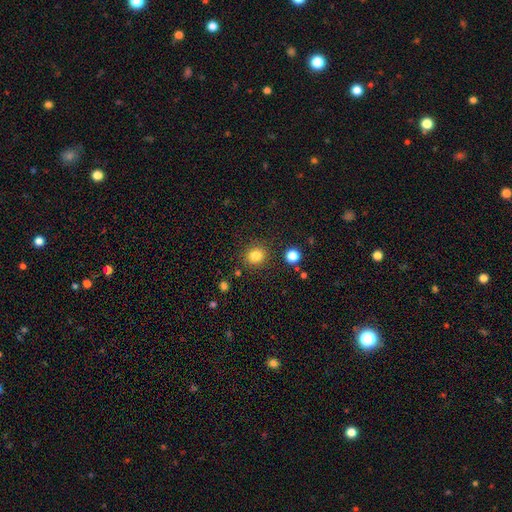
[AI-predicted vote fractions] Smooth or featured?
  - smooth: 83% *
  - star or artifact: 12%
  - featured or disk: 5%
How rounded?
  - round: 82% *
  - in between: 17%
  - cigar-shaped: 1%
Merging?
  - none: 86% *
  - minor disturbance: 8%
  - major disturbance: 3%
  - merger: 3%